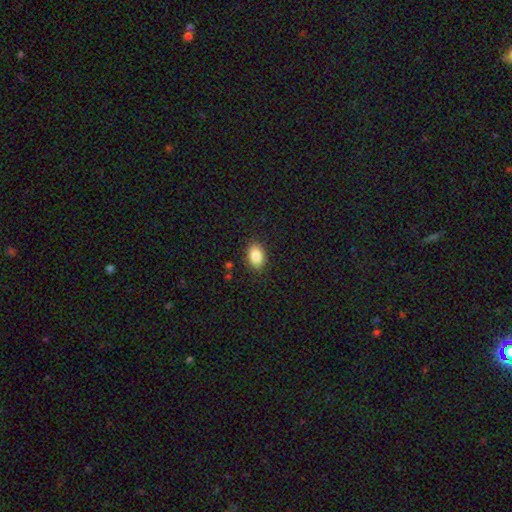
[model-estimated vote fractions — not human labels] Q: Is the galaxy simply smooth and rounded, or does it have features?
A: smooth — 88%.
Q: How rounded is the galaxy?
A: in between — 88%.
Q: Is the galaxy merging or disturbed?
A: none — 88%.